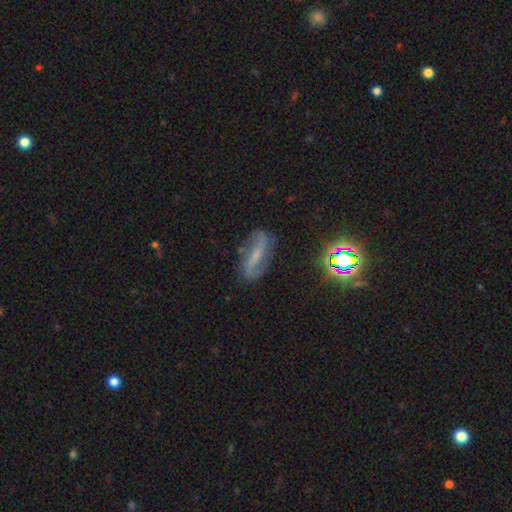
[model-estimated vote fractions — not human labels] Overall: featured or disk (68%). Edge-on disk: no (89%). Bar: strong (50%; weak 32%). Spiral arms: yes (89%). Spiral arm count: 2 (88%). Spiral winding: loose (64%; medium 25%). Bulge size: small (49%; none 28%). Merging: none (74%).